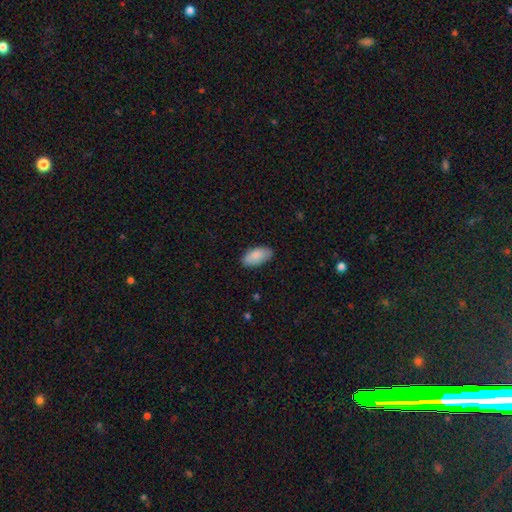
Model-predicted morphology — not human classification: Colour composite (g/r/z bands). It shows a smooth galaxy with no disk features (86%) that is in between round and cigar-shaped (94%). Merging: none (82%).